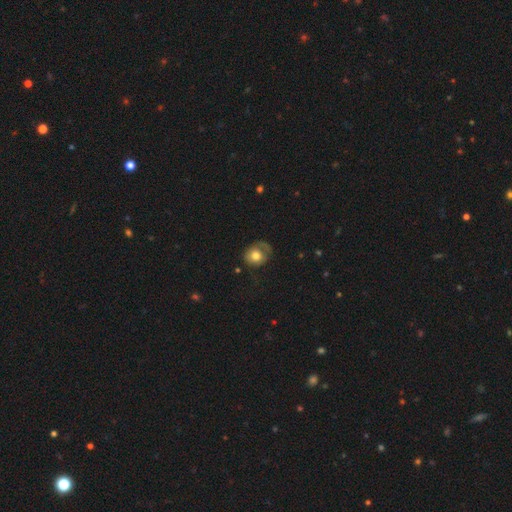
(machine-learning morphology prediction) smooth 66%, featured or disk 26%, star or artifact 8%. Down the decision tree: how rounded — round (66%); merging — none (46%).